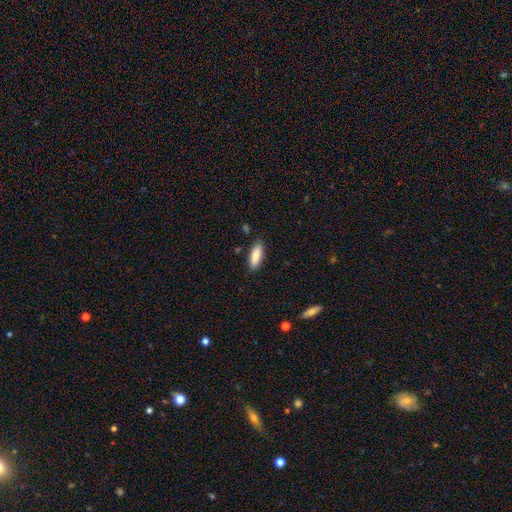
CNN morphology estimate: Q: Smooth or featured?
A: smooth (86%); runner-up: featured or disk (8%)
Q: How rounded?
A: in between (62%); runner-up: cigar-shaped (37%)
Q: Merging?
A: none (86%); runner-up: minor disturbance (10%)